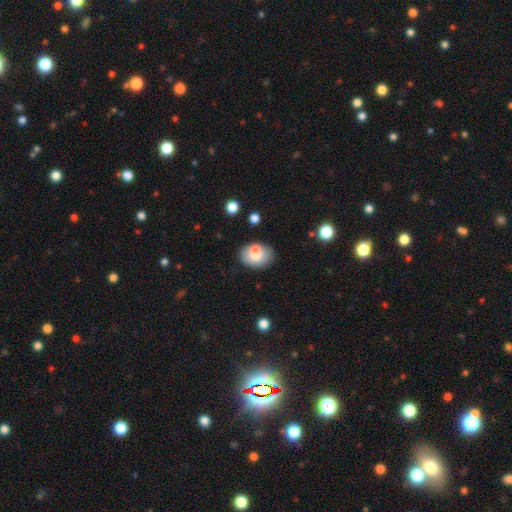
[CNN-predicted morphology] Smooth or featured? smooth (73%)
How rounded? in between (66%)
Merging? none (60%)